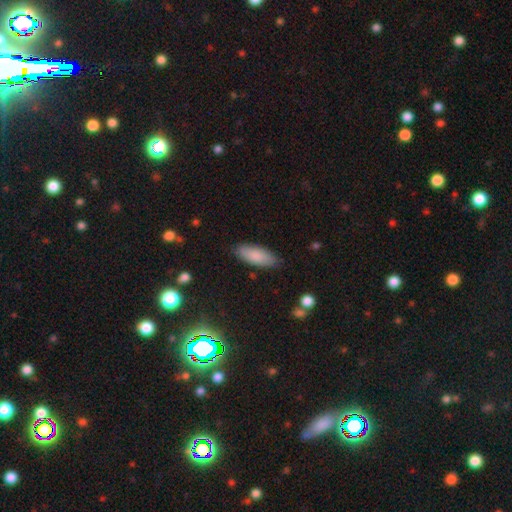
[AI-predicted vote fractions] Smooth or featured?
  - smooth: 85% *
  - featured or disk: 9%
  - star or artifact: 6%
How rounded?
  - in between: 74% *
  - cigar-shaped: 24%
  - round: 2%
Merging?
  - none: 85% *
  - minor disturbance: 12%
  - major disturbance: 2%
  - merger: 1%